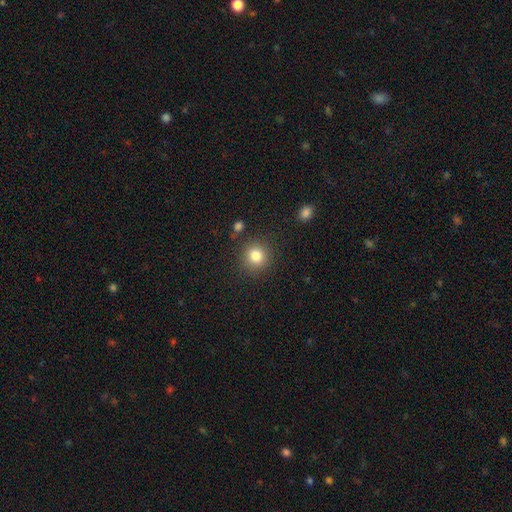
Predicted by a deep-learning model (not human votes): A smooth galaxy with no disk features (83%) that is round (90%).

Vote fractions:
- Smooth or featured? smooth: 83% / star or artifact: 11% / featured or disk: 6%
- How rounded? round: 90% / in between: 9% / cigar-shaped: 1%
- Merging? none: 87% / minor disturbance: 8% / major disturbance: 3% / merger: 2%